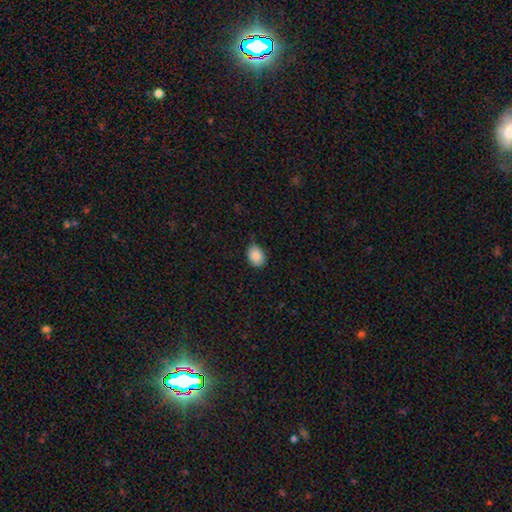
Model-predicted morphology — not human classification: smooth-or-featured: smooth: 88% | star or artifact: 8% | featured or disk: 4%
  how-rounded: in between: 74% | round: 25% | cigar-shaped: 1%
  merging: none: 73% | minor disturbance: 23% | major disturbance: 3% | merger: 1%